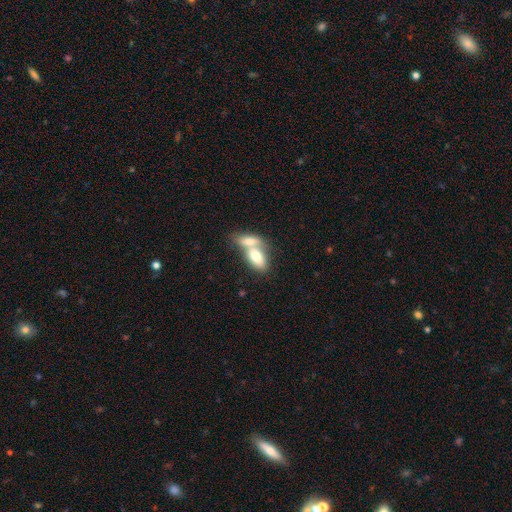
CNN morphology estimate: type=smooth (73%); roundness=in between (87%); merging=merger (71%).